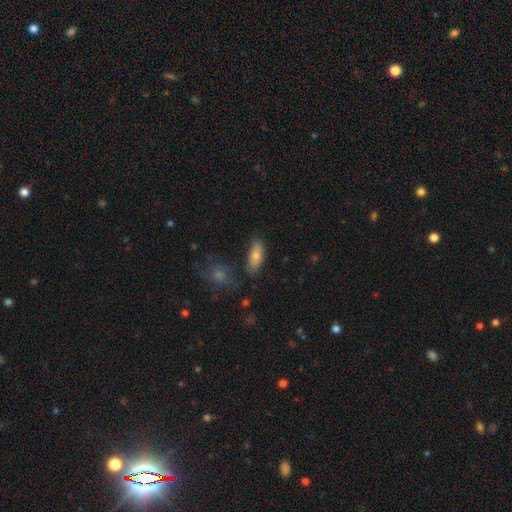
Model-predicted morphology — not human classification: This appears to be a smooth galaxy with no disk features (76%) that is in between round and cigar-shaped (78%). Merging: none (74%).